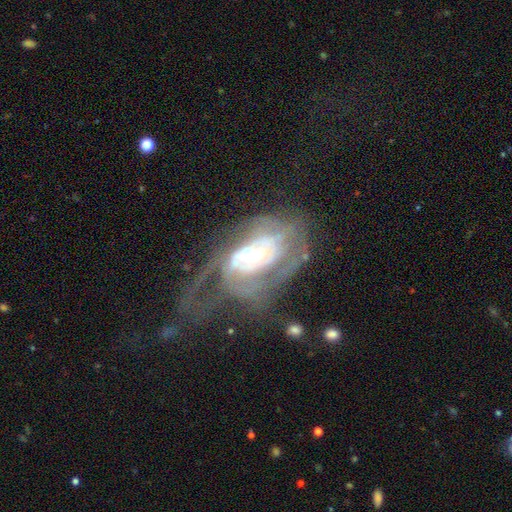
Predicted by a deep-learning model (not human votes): This is likely a featured or disk galaxy (78%). It is clearly not viewed edge-on (96%). Bar: likely no (74%). Spiral arm pattern: likely yes (71%). Spiral arm count: possibly can't tell (46%). Spiral winding: possibly tight (49%). Central bulge: possibly moderate (54%). Merging: marginally major disturbance (41%).